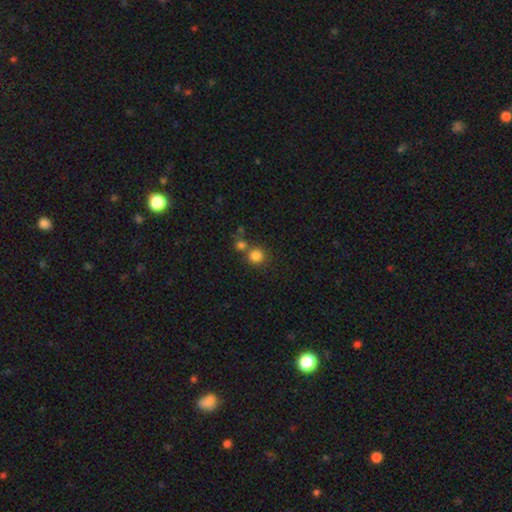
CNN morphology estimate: The model was most divided on "merging": none: 63%, merger: 26%, minor disturbance: 8%, major disturbance: 4%. More confident: how rounded — round (90%); smooth or featured — smooth (82%).